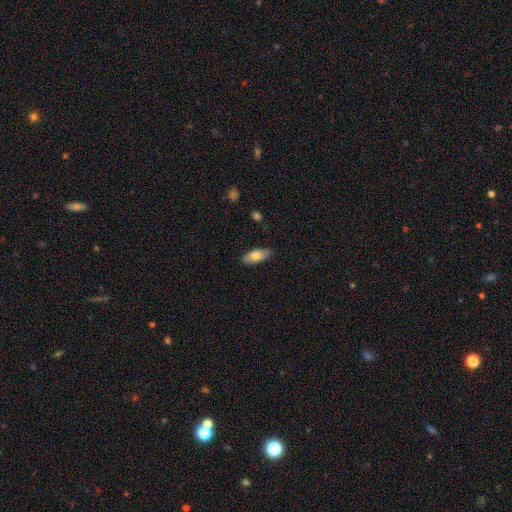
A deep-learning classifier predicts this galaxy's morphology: smooth-or-featured: smooth: 74% | featured or disk: 20% | star or artifact: 6%
  how-rounded: in between: 81% | cigar-shaped: 17% | round: 2%
  merging: none: 85% | minor disturbance: 12% | major disturbance: 2% | merger: 1%